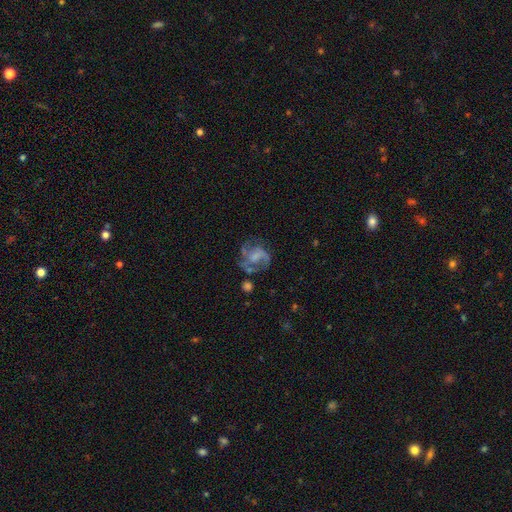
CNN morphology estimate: type=featured or disk (71%); edge-on=no (98%); bar=no (50%); spiral arms=yes (83%); winding=medium (48%); arm count=2 (38%); bulge=none (31%, tied with small); merging=none (48%).